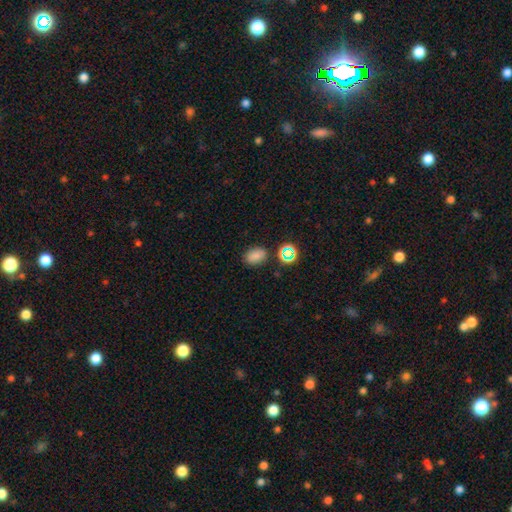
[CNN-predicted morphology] Smooth or featured?
  - smooth: 77% *
  - star or artifact: 16%
  - featured or disk: 6%
How rounded?
  - in between: 77% *
  - round: 22%
  - cigar-shaped: 1%
Merging?
  - none: 81% *
  - minor disturbance: 12%
  - merger: 4%
  - major disturbance: 3%